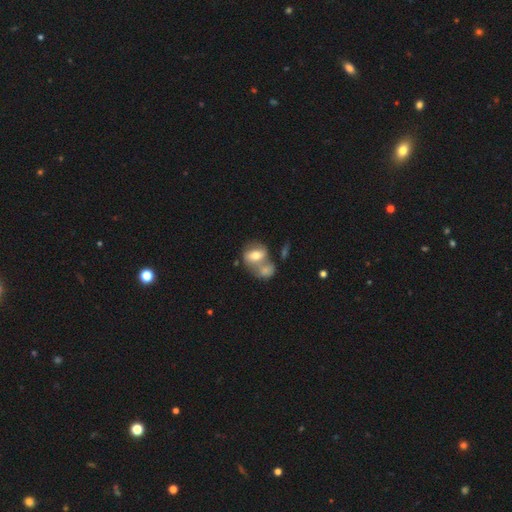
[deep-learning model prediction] smooth-or-featured: smooth: 57% | featured or disk: 35% | star or artifact: 8%
  how-rounded: in between: 62% | round: 36% | cigar-shaped: 2%
  merging: merger: 54% | none: 29% | minor disturbance: 11% | major disturbance: 6%